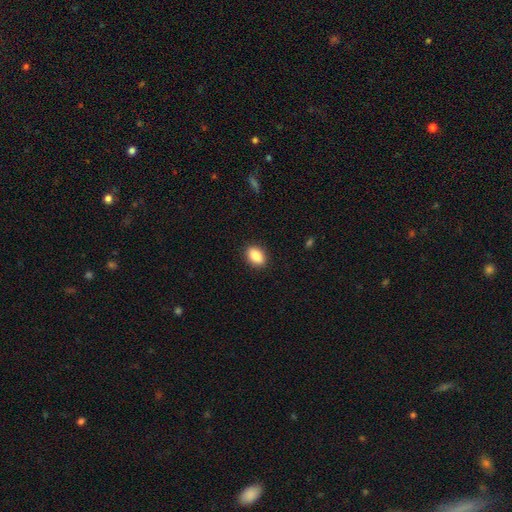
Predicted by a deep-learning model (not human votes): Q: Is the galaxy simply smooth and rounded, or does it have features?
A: smooth — 88%.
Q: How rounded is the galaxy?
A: in between — 82%.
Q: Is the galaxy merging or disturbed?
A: none — 90%.